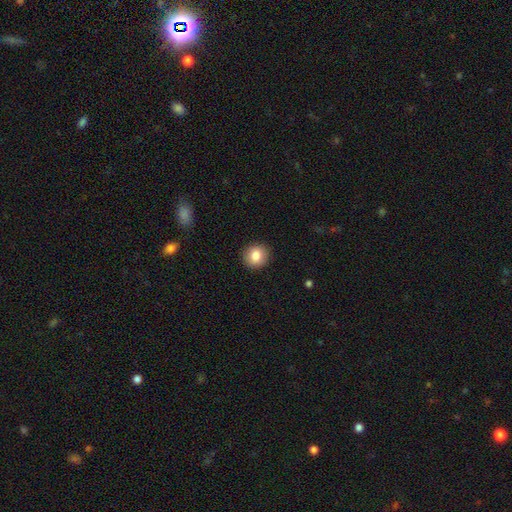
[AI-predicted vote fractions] smooth-or-featured: smooth: 85% | star or artifact: 9% | featured or disk: 7%
  how-rounded: round: 87% | in between: 12% | cigar-shaped: 1%
  merging: none: 91% | minor disturbance: 6% | major disturbance: 2% | merger: 1%